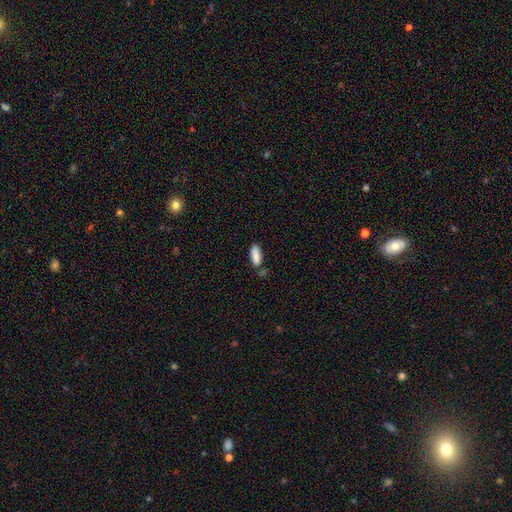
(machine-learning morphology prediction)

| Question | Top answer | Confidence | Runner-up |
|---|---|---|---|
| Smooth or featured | smooth | 86% | featured or disk (7%) |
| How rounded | in between | 65% | cigar-shaped (33%) |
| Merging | none | 69% | minor disturbance (18%) |